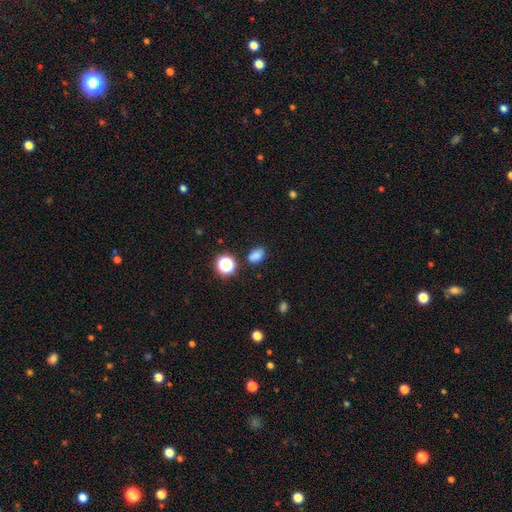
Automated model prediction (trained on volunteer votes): Smooth or featured?
  - smooth: 79% *
  - star or artifact: 15%
  - featured or disk: 5%
How rounded?
  - in between: 76% *
  - round: 23%
  - cigar-shaped: 1%
Merging?
  - none: 79% *
  - minor disturbance: 14%
  - merger: 4%
  - major disturbance: 3%